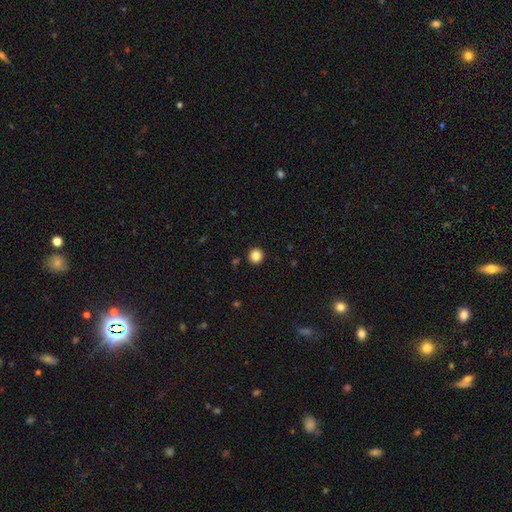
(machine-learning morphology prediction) Q: Smooth or featured?
A: smooth (85%); runner-up: star or artifact (11%)
Q: How rounded?
A: round (94%); runner-up: in between (5%)
Q: Merging?
A: none (93%); runner-up: minor disturbance (5%)